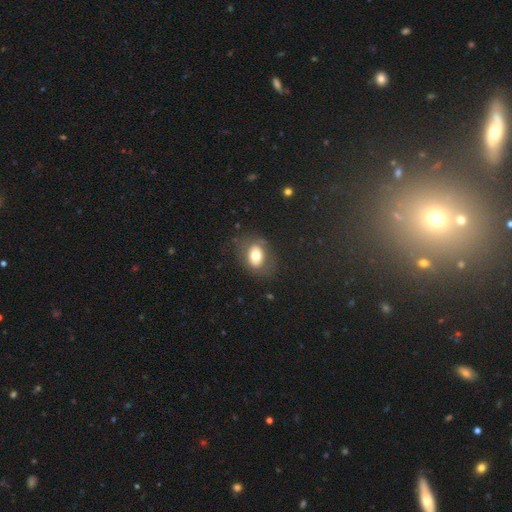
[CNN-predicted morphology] A smooth galaxy with no disk features (66%) that is in between round and cigar-shaped (73%).

Vote fractions:
- Smooth or featured? smooth: 66% / featured or disk: 24% / star or artifact: 10%
- How rounded? in between: 73% / round: 26% / cigar-shaped: 1%
- Merging? none: 71% / minor disturbance: 17% / major disturbance: 10% / merger: 2%